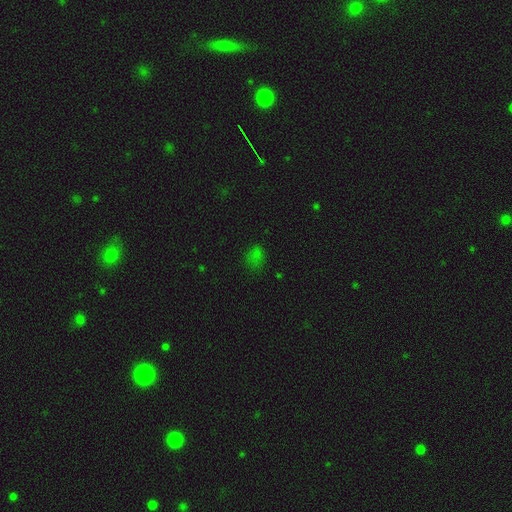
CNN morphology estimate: This is likely a smooth galaxy (64%). How rounded: possibly in between (51%). Merging: likely none (68%).